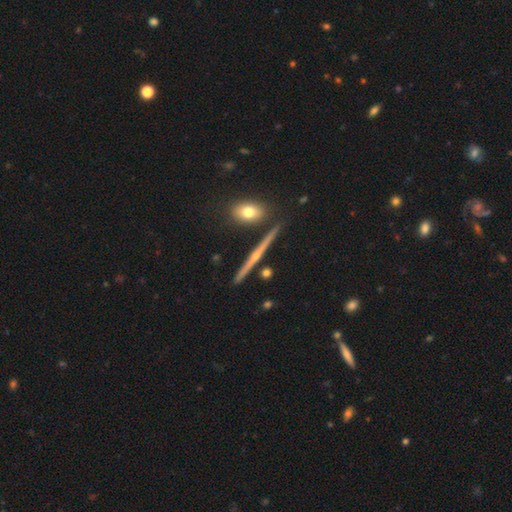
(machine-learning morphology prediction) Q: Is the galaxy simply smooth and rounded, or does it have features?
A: featured or disk — 75%.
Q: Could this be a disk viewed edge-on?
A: yes — 97%.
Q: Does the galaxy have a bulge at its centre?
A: rounded — 75%.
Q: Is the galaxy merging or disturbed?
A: none — 88%.